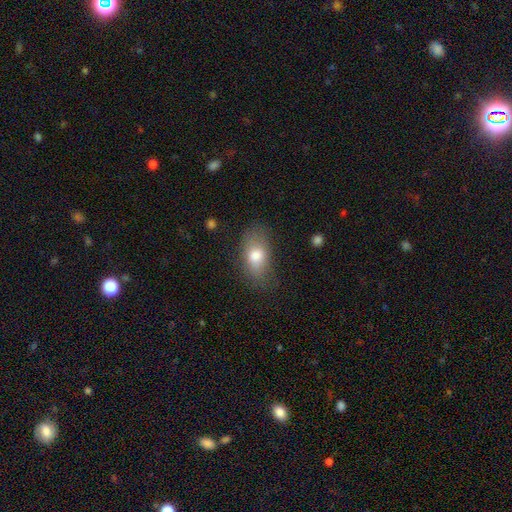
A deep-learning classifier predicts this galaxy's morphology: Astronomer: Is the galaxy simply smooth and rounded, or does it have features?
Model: smooth — 76%.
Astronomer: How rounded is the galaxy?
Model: in between — 87%.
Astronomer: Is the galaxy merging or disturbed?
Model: none — 68%.